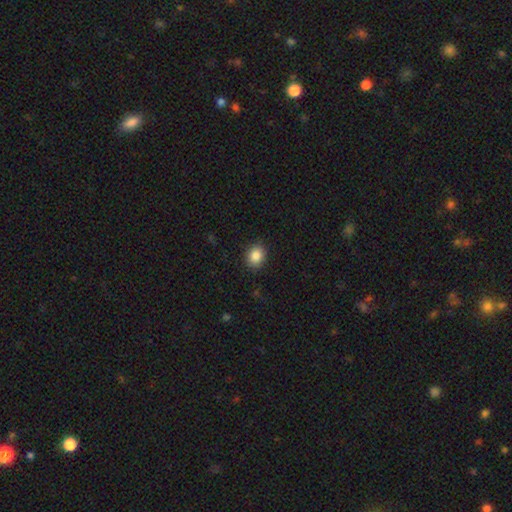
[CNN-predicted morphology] type=smooth (87%); roundness=round (51%); merging=none (88%).